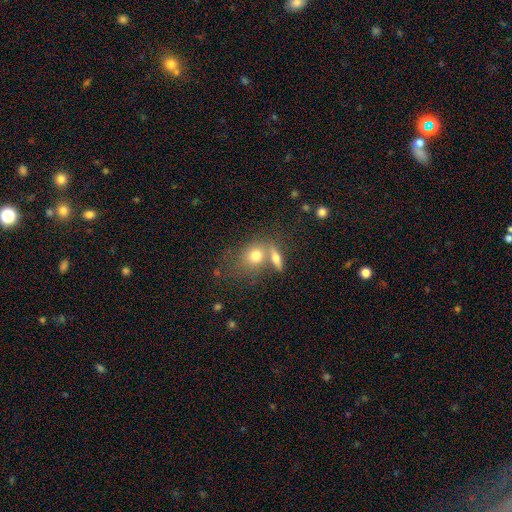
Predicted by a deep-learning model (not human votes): smooth 71%, featured or disk 20%, star or artifact 9%. Down the decision tree: how rounded — round (52%); merging — merger (46%).